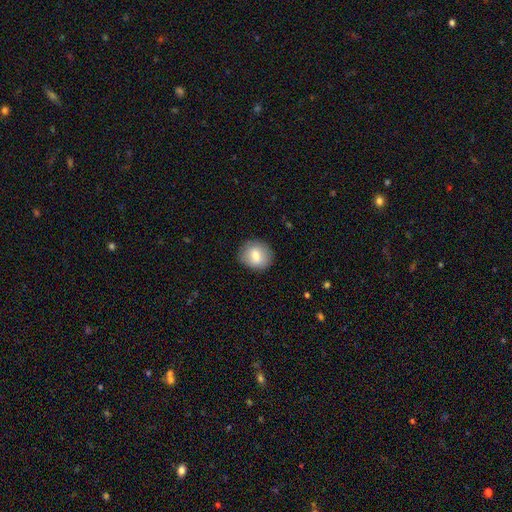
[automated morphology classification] This is likely a smooth galaxy (77%). How rounded: likely round (77%). Merging: clearly none (85%).